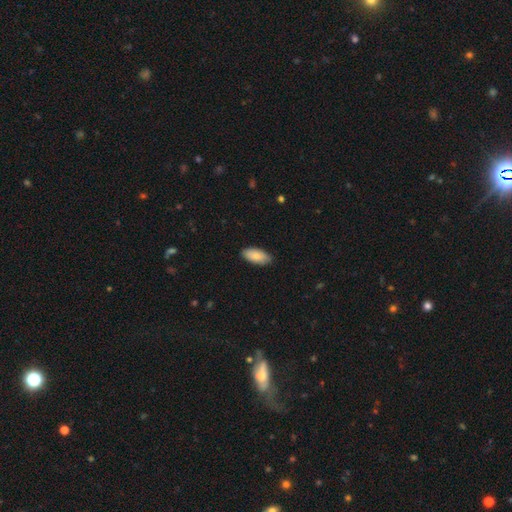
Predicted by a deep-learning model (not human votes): Smooth or featured? Predicted: smooth (p=0.87). How rounded? Predicted: in between (p=0.90). Merging? Predicted: none (p=0.87).